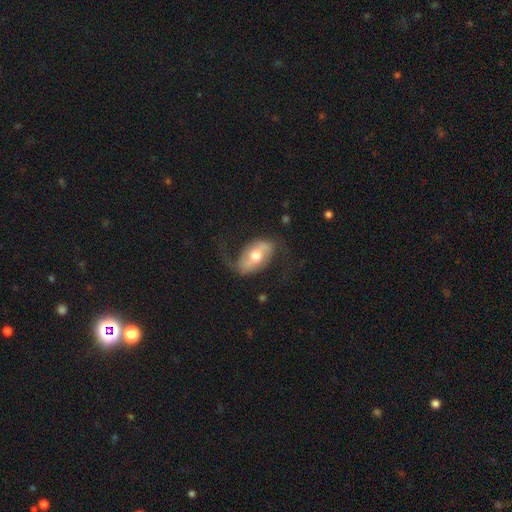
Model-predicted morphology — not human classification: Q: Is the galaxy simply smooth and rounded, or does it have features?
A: featured or disk — 71%.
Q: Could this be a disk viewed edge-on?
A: no — 94%.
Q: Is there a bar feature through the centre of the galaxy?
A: weak — 36%.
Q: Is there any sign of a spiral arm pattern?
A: yes — 85%.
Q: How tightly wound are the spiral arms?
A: loose — 66%.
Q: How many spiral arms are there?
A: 2 — 86%.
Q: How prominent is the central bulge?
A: moderate — 73%.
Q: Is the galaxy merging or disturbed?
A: none — 61%.